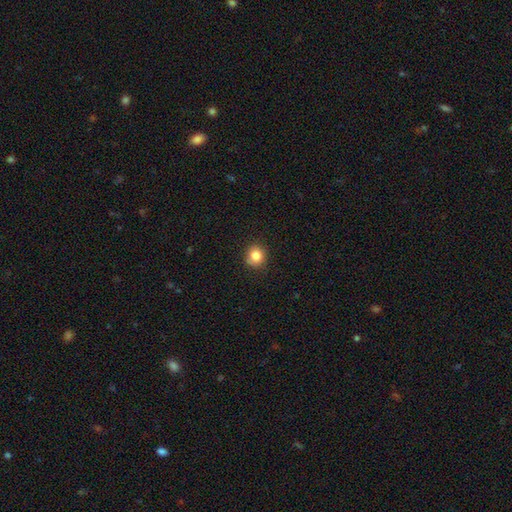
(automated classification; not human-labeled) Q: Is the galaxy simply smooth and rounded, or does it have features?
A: smooth — 85%.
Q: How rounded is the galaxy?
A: round — 87%.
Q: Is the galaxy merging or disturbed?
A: none — 86%.